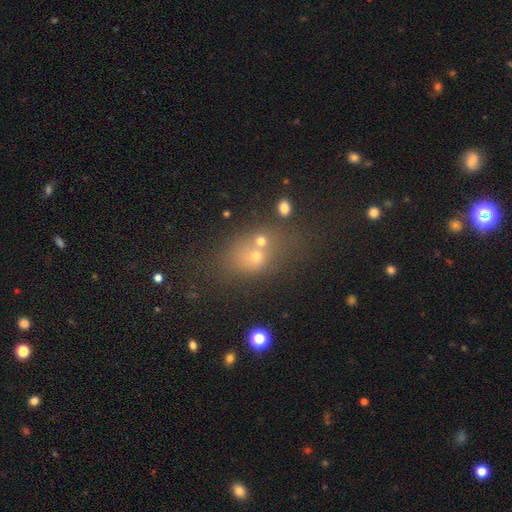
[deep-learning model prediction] A smooth galaxy with no disk features (53%) that is in between round and cigar-shaped (49%).

Vote fractions:
- Smooth or featured? smooth: 53% / star or artifact: 30% / featured or disk: 17%
- How rounded? in between: 49% / round: 47% / cigar-shaped: 3%
- Merging? none: 46% / merger: 36% / minor disturbance: 11% / major disturbance: 7%